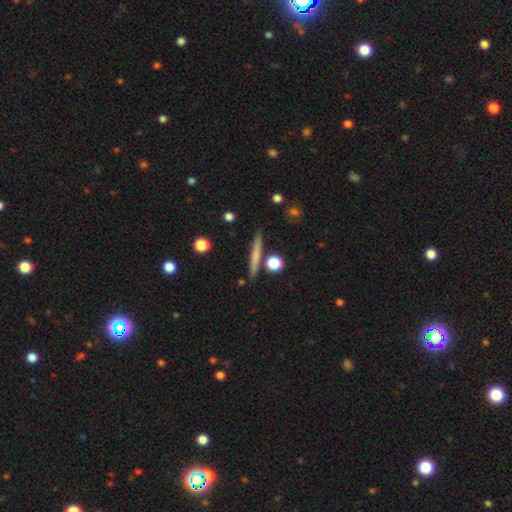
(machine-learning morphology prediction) This is likely a smooth galaxy (61%). How rounded: clearly cigar-shaped (92%). Merging: clearly none (84%).